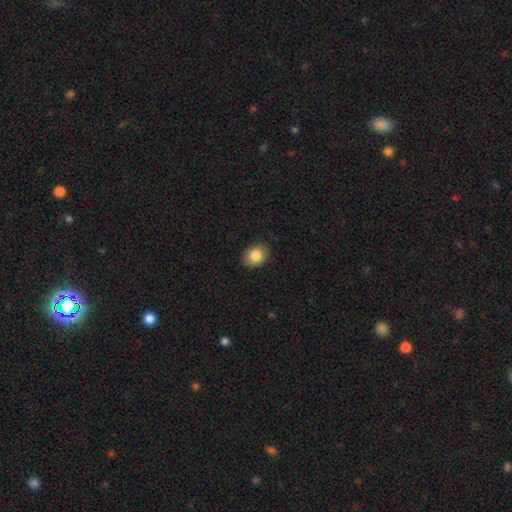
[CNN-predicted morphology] Overall: smooth (85%). How rounded: in between (52%; round 47%). Merging: none (83%).